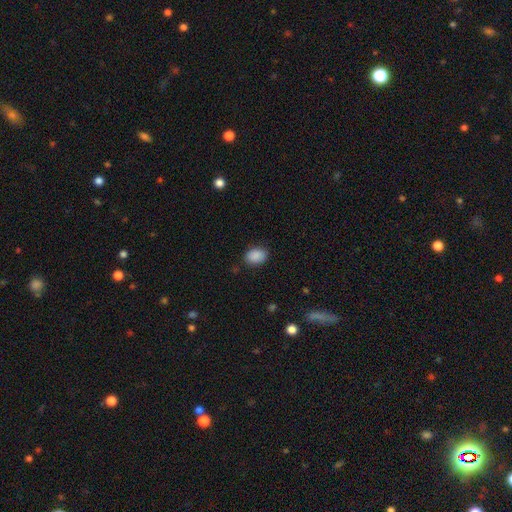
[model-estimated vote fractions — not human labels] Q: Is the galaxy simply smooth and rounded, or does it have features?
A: smooth — 89%.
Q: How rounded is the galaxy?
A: in between — 70%.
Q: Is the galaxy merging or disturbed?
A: none — 84%.